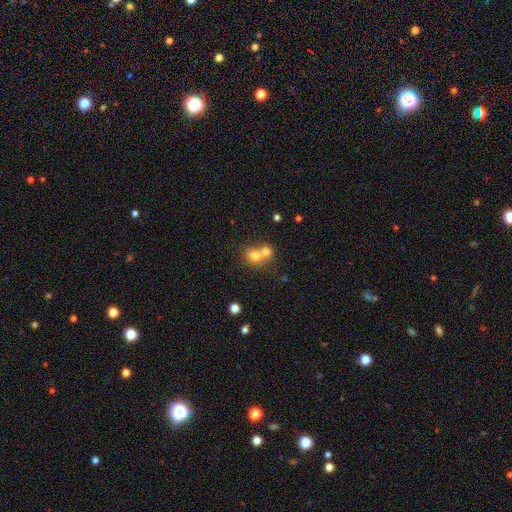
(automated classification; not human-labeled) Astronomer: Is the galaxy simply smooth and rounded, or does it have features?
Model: smooth — 73%.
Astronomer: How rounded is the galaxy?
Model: round — 72%.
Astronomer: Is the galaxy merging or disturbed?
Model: merger — 59%.